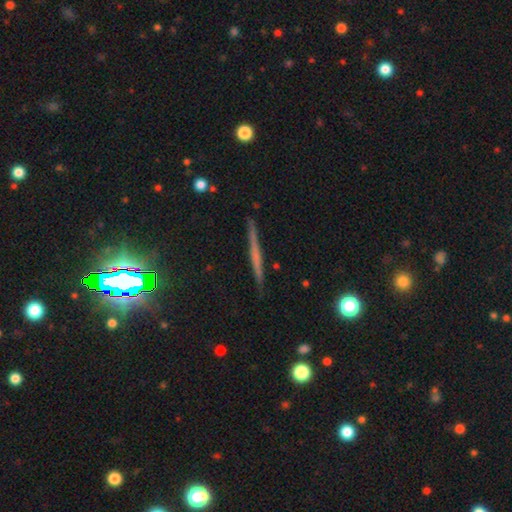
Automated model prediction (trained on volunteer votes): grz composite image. It shows a featured or disk galaxy (51%) viewed edge-on (97%). Merging: none (90%).